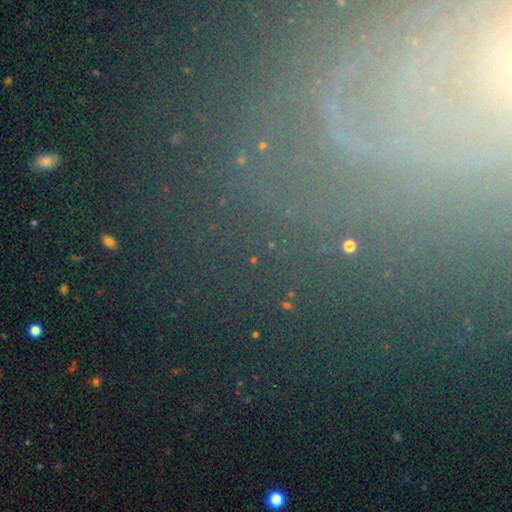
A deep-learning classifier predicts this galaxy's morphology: A star or artifact, not a galaxy (49%).